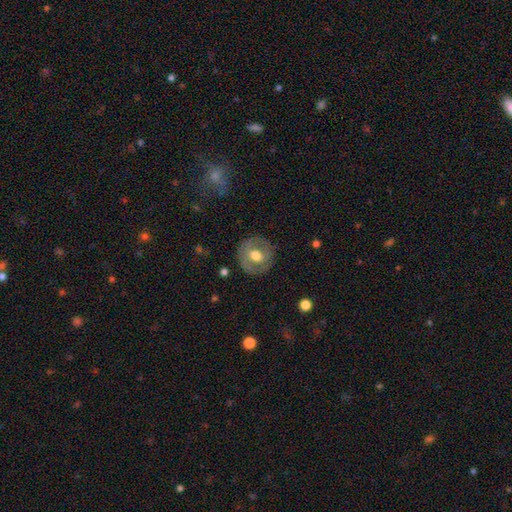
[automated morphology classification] Q: Smooth or featured?
A: smooth (48%); runner-up: featured or disk (45%)
Q: Merging?
A: none (84%); runner-up: minor disturbance (11%)